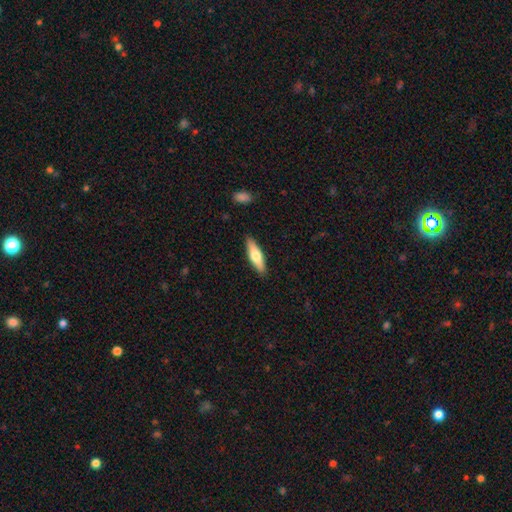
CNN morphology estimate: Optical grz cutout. It shows a smooth galaxy with no disk features (62%) that is cigar-shaped (58%). Merging: none (89%).